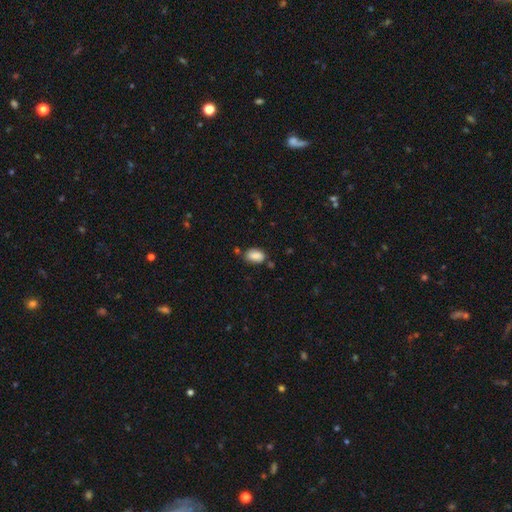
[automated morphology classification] This appears to be a smooth galaxy with no disk features (85%) that is in between round and cigar-shaped (89%). Merging: none (70%).